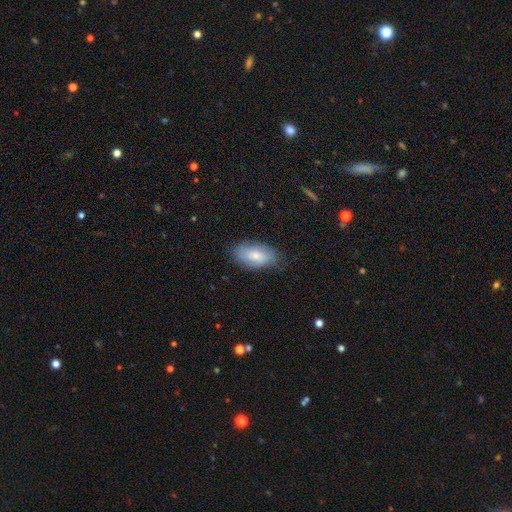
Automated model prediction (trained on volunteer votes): smooth 70%, featured or disk 23%, star or artifact 7%. Down the decision tree: how rounded — in between (93%); merging — none (75%).